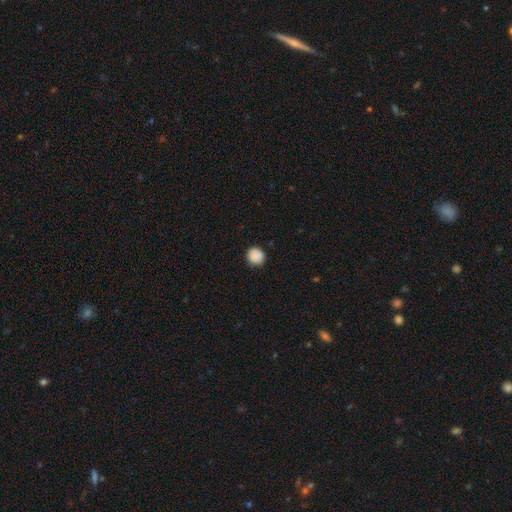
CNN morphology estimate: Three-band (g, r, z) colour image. It shows a smooth galaxy with no disk features (89%) that is round (89%). Merging: none (87%).